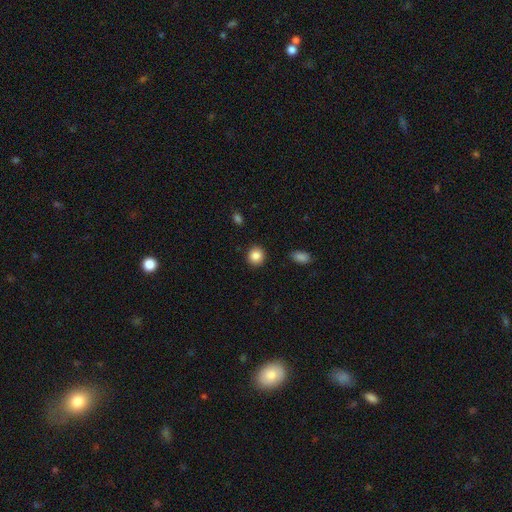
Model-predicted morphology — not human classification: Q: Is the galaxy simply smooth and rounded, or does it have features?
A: smooth — 86%.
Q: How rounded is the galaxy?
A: round — 87%.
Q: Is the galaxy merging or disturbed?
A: none — 91%.